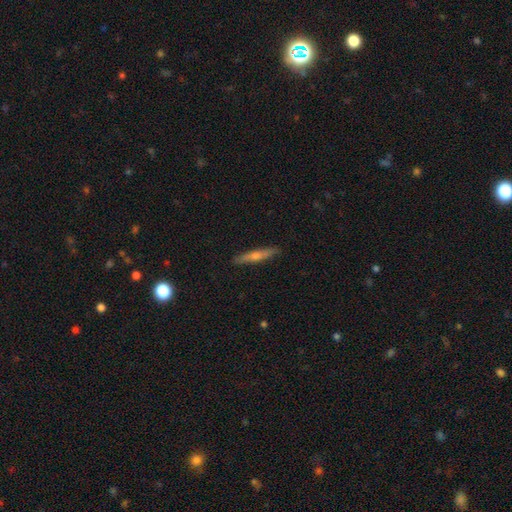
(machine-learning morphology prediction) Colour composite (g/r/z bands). It shows a featured or disk galaxy (52%) viewed edge-on (91%). Merging: none (89%).